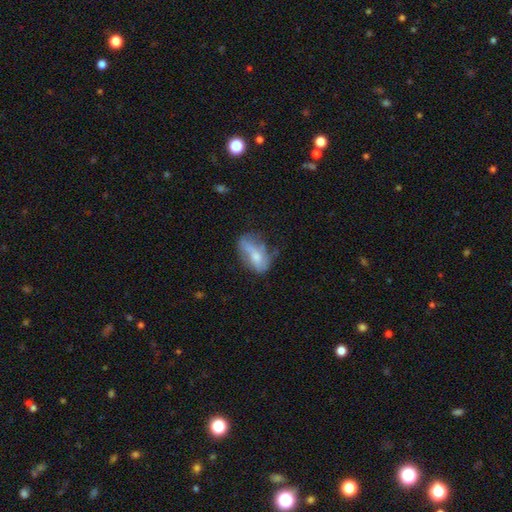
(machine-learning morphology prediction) A smooth galaxy with no disk features (55%) that is in between round and cigar-shaped (87%).

Vote fractions:
- Smooth or featured? smooth: 55% / featured or disk: 37% / star or artifact: 8%
- How rounded? in between: 87% / cigar-shaped: 7% / round: 6%
- Merging? none: 37% / minor disturbance: 33% / major disturbance: 24% / merger: 6%